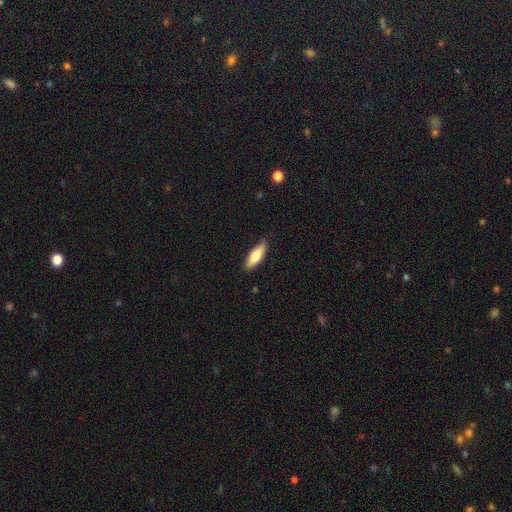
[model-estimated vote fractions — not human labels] smooth 73%, featured or disk 21%, star or artifact 6%. Down the decision tree: how rounded — in between (60%); merging — none (81%).